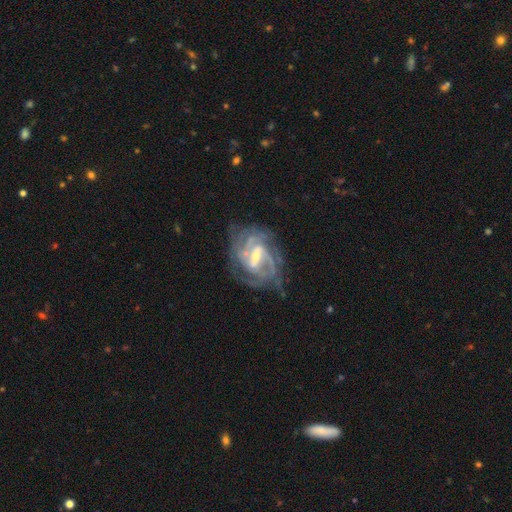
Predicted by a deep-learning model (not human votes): Overall: featured or disk (88%). Edge-on disk: no (97%). Bar: weak (45%; strong 43%). Spiral arms: yes (96%). Spiral arm count: 2 (28%; 3 25%). Spiral winding: tight (52%; medium 40%). Bulge size: small (48%; moderate 42%). Merging: none (67%).